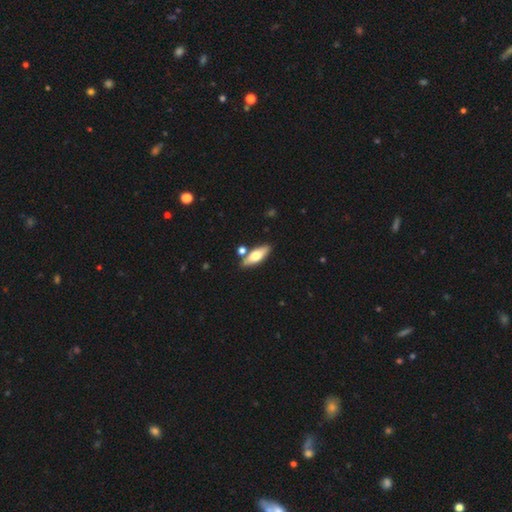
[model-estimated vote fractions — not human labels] Smooth or featured? Predicted: smooth (p=0.60). How rounded? Predicted: in between (p=0.59). Merging? Predicted: none (p=0.78).